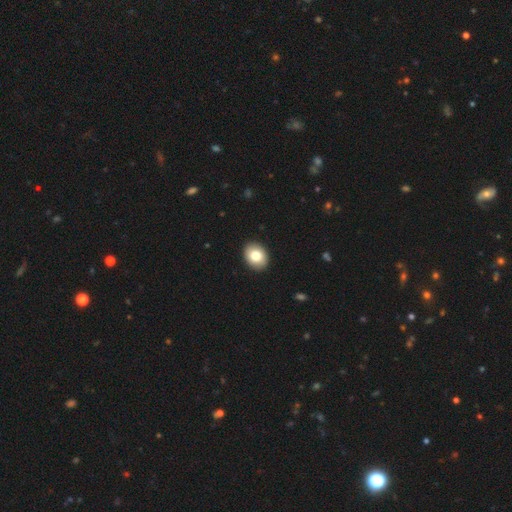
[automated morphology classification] The model was most divided on "how rounded": in between: 65%, round: 34%, cigar-shaped: 1%. More confident: merging — none (92%); smooth or featured — smooth (81%).